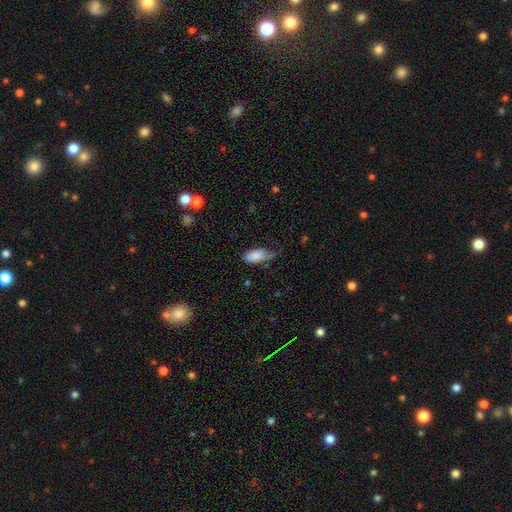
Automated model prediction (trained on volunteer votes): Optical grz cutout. It shows a smooth galaxy with no disk features (84%) that is in between round and cigar-shaped (89%). Merging: none (44%).